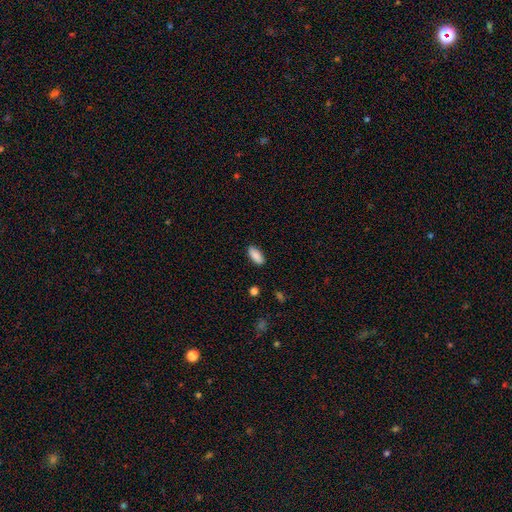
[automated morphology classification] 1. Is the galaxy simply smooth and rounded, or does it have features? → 89% smooth, 7% star or artifact, 4% featured or disk.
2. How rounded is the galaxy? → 84% in between, 14% cigar-shaped, 2% round.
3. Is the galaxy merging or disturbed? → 87% none, 9% minor disturbance, 2% major disturbance, 1% merger.